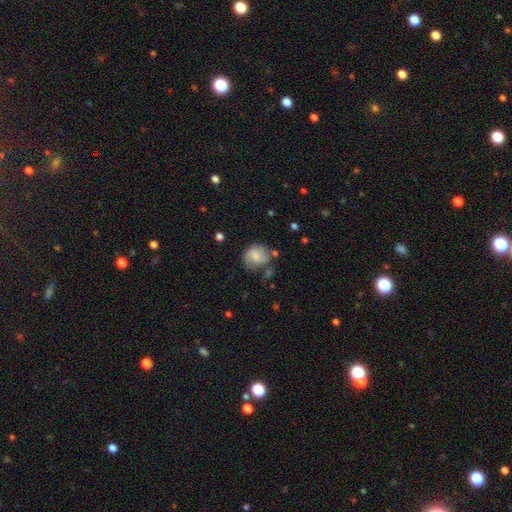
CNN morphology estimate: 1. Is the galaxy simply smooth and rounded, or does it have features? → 66% smooth, 26% featured or disk, 9% star or artifact.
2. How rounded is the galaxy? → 73% round, 25% in between, 1% cigar-shaped.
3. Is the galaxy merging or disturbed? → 53% none, 26% minor disturbance, 12% major disturbance, 8% merger.